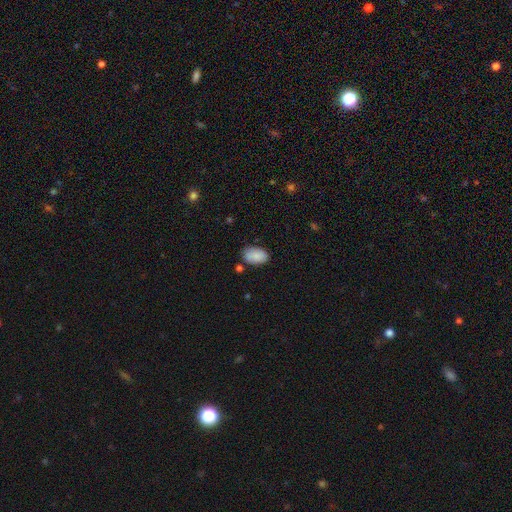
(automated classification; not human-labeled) This is clearly a smooth galaxy (87%). How rounded: clearly in between (92%). Merging: likely none (77%).